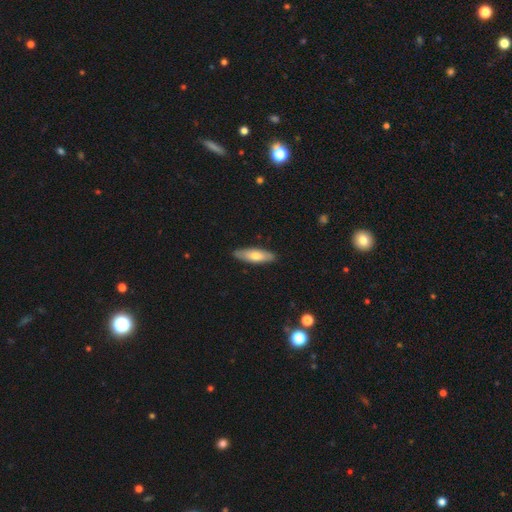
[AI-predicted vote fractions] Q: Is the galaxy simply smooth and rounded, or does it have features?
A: smooth — 65%.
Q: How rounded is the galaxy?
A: cigar-shaped — 52%.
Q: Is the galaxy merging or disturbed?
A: none — 88%.